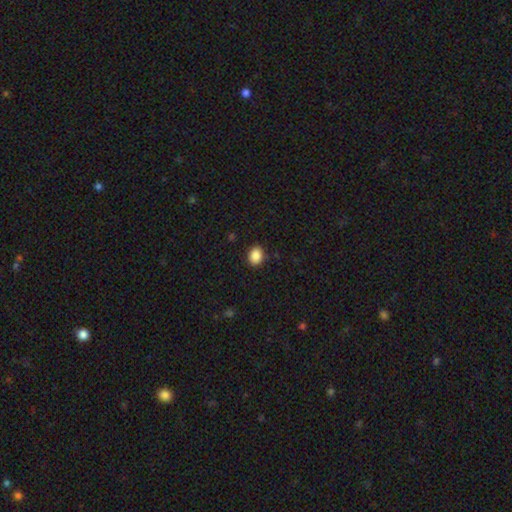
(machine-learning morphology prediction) Smooth or featured? smooth (88%)
How rounded? in between (55%)
Merging? none (89%)